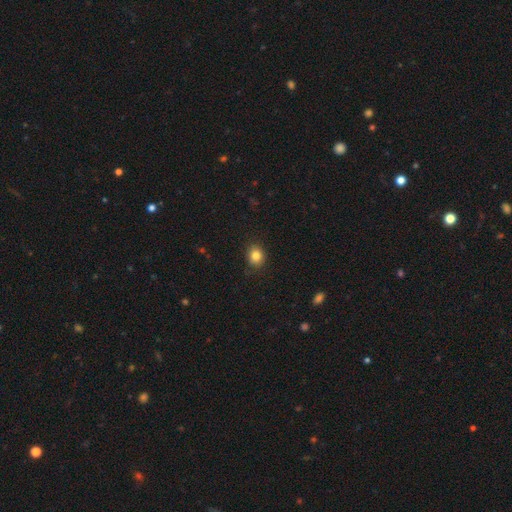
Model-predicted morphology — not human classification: Q: Smooth or featured?
A: smooth (84%); runner-up: star or artifact (11%)
Q: How rounded?
A: round (66%); runner-up: in between (33%)
Q: Merging?
A: none (86%); runner-up: minor disturbance (11%)